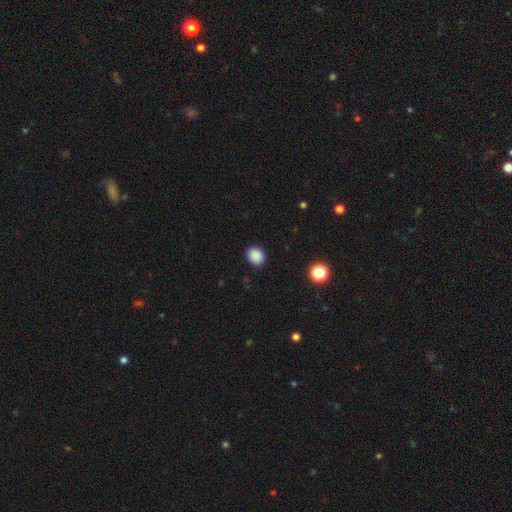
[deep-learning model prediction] Smooth or featured? Predicted: smooth (p=0.88). How rounded? Predicted: round (p=0.64). Merging? Predicted: none (p=0.90).